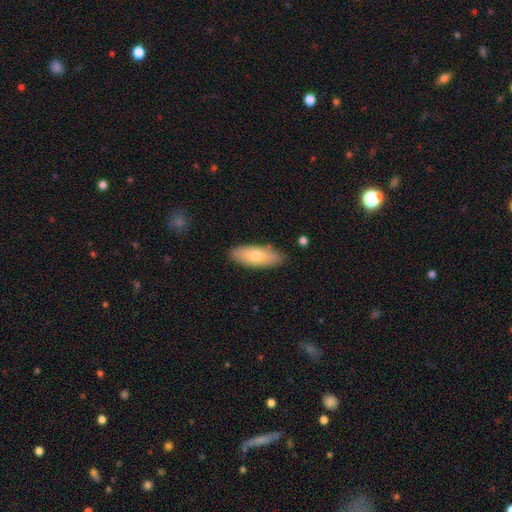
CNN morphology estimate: smooth 71%, featured or disk 23%, star or artifact 6%. Down the decision tree: how rounded — in between (73%); merging — none (86%).